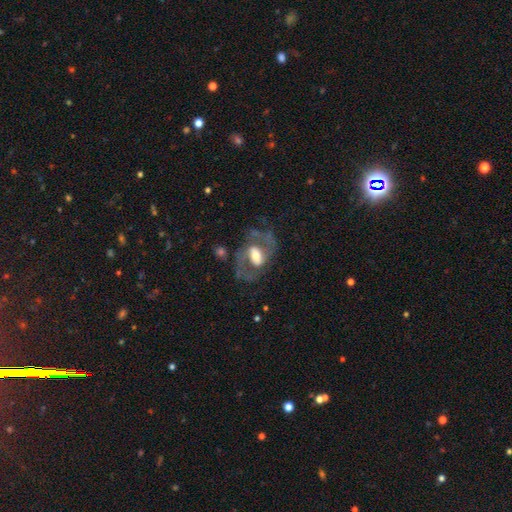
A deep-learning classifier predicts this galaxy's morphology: smooth-or-featured: featured or disk: 75% | smooth: 18% | star or artifact: 6%
  disk-edge-on: no: 96% | yes: 4%
    bar: weak: 43% | strong: 30% | no: 27%
    has-spiral-arms: yes: 81% | no: 19%
      spiral-winding: medium: 53% | loose: 32% | tight: 15%
      spiral-arm-count: 2: 85% | can't tell: 7% | 1: 4% | 3: 2% | 4: 1% | more than 4: 1%
    bulge-size: moderate: 55% | large: 24% | small: 16% | dominant: 2% | none: 2%
  merging: none: 56% | major disturbance: 22% | minor disturbance: 18% | merger: 3%